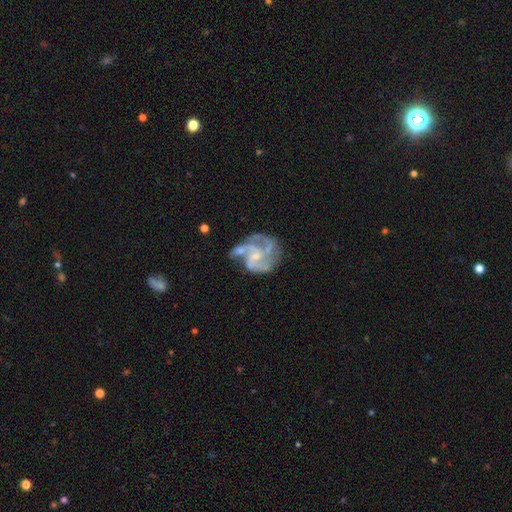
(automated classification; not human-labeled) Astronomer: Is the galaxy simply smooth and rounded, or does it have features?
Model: featured or disk — 86%.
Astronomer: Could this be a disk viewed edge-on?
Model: no — 98%.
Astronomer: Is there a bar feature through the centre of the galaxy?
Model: no — 54% (runner-up: weak, 38%).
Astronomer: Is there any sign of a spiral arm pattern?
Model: yes — 94%.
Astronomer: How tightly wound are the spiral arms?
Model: medium — 52% (runner-up: tight, 31%).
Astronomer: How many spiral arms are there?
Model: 3 — 49%.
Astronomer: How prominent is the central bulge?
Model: small — 53%.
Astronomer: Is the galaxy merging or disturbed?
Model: none — 44% (runner-up: major disturbance, 24%).